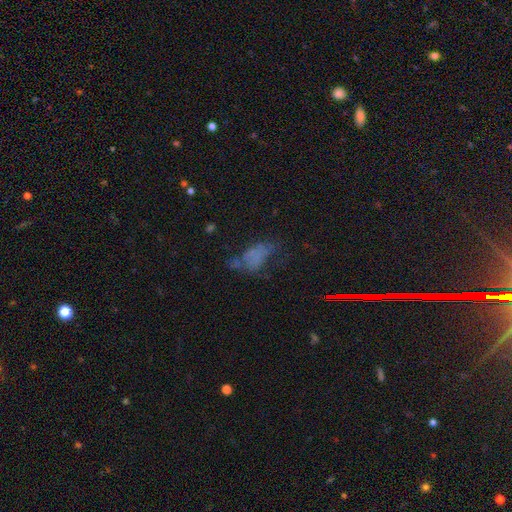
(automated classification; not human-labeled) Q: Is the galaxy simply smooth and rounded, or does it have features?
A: smooth — 47%.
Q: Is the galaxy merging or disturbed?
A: major disturbance — 36%.